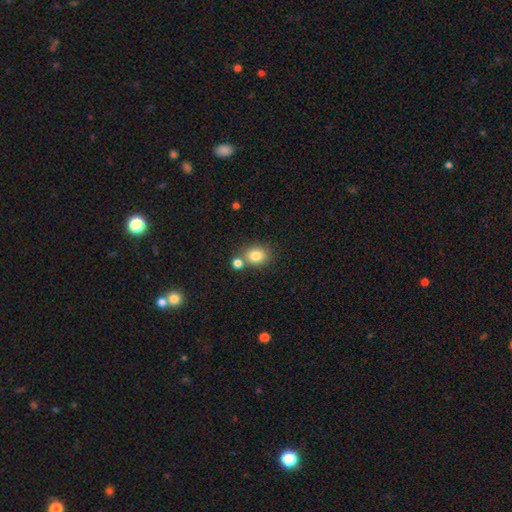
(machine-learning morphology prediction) Q: Smooth or featured?
A: smooth (82%); runner-up: star or artifact (11%)
Q: How rounded?
A: round (68%); runner-up: in between (31%)
Q: Merging?
A: none (64%); runner-up: merger (23%)